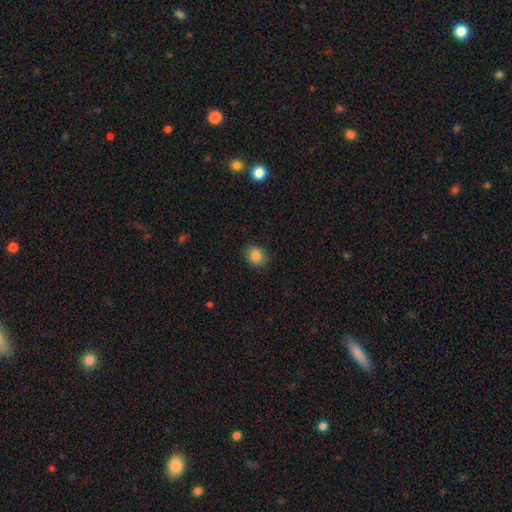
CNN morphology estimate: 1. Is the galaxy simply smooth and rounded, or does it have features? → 83% smooth, 9% star or artifact, 7% featured or disk.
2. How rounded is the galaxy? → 51% in between, 48% round, 1% cigar-shaped.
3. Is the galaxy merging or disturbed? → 86% none, 11% minor disturbance, 2% major disturbance, 1% merger.